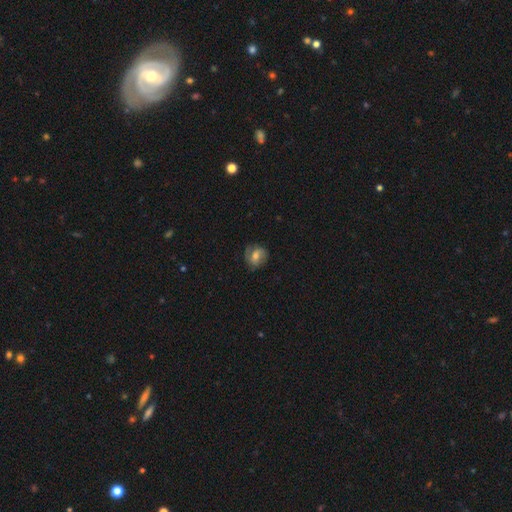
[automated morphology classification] Smooth or featured: featured or disk — 49% (smooth — 42%)
Merging: none — 71% (minor disturbance — 20%)